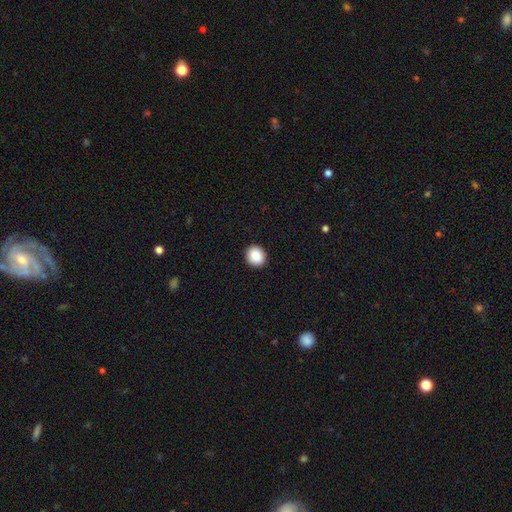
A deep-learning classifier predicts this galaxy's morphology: This is clearly a smooth galaxy (89%). How rounded: likely round (78%). Merging: clearly none (92%).